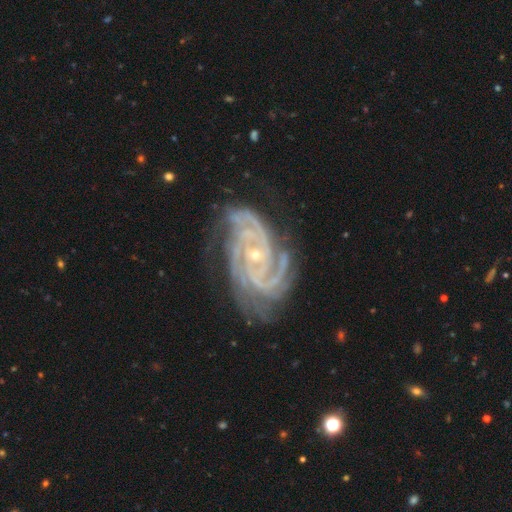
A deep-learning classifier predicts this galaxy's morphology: Smooth or featured? Predicted: featured or disk (p=0.92). Edge-on disk? Predicted: no (p=0.97). Bar? Predicted: no (p=0.65). Spiral arms? Predicted: yes (p=0.99). Spiral winding? Predicted: tight (p=0.72). Spiral arm count? Predicted: 3 (p=0.34). Bulge size? Predicted: small (p=0.76). Merging? Predicted: none (p=0.71).